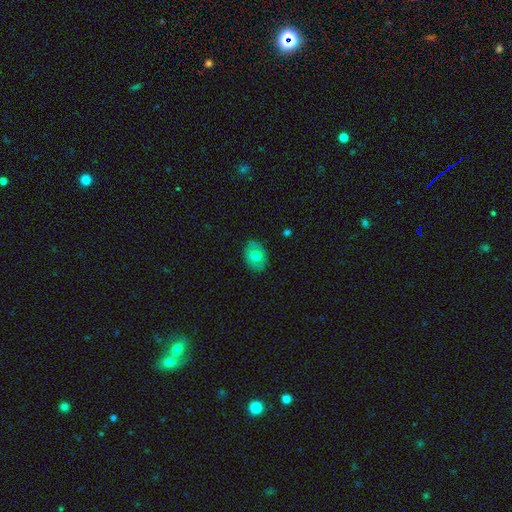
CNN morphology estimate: A smooth galaxy with no disk features (67%) that is in between round and cigar-shaped (73%).

Vote fractions:
- Smooth or featured? smooth: 67% / featured or disk: 25% / star or artifact: 8%
- How rounded? in between: 73% / round: 26% / cigar-shaped: 1%
- Merging? none: 83% / minor disturbance: 13% / major disturbance: 3% / merger: 1%